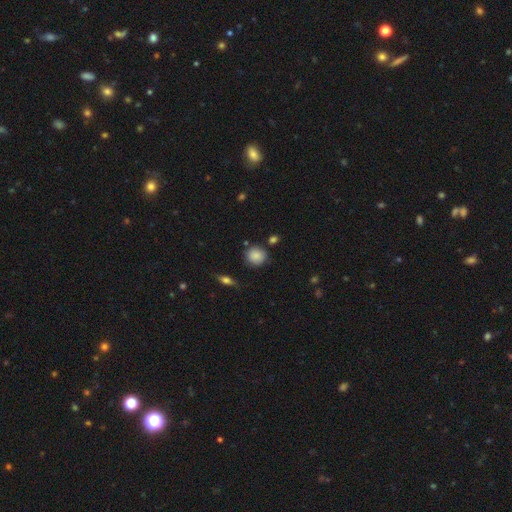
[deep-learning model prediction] Smooth or featured? Predicted: smooth (p=0.86). How rounded? Predicted: round (p=0.86). Merging? Predicted: none (p=0.81).